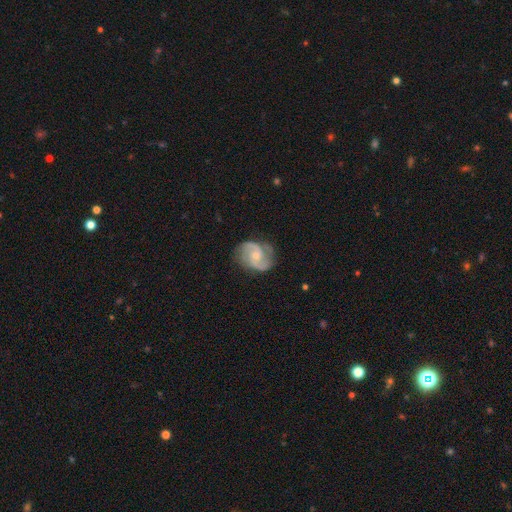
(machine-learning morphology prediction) Overall: featured or disk (85%). Edge-on disk: no (98%). Bar: no (61%; weak 33%). Spiral arms: yes (96%). Spiral arm count: 2 (87%). Spiral winding: medium (55%; tight 23%). Bulge size: small (57%; moderate 39%). Merging: none (74%).